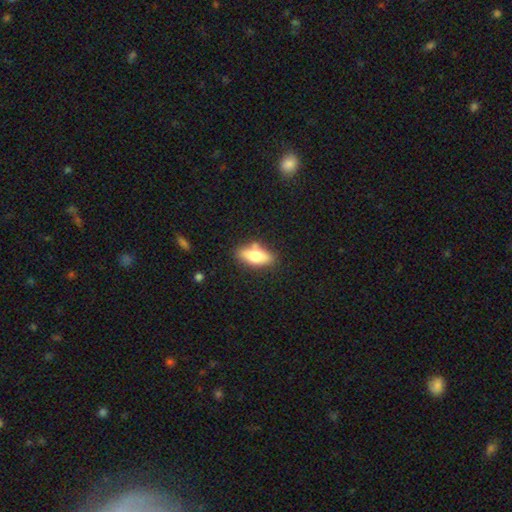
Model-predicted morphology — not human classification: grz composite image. It shows a smooth galaxy with no disk features (69%) that is in between round and cigar-shaped (74%). Merging: none (77%).